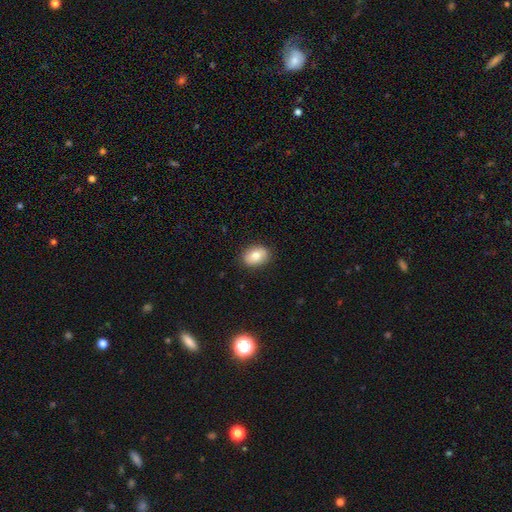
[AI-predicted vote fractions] Q: Smooth or featured?
A: smooth (79%); runner-up: featured or disk (14%)
Q: How rounded?
A: in between (76%); runner-up: round (22%)
Q: Merging?
A: none (88%); runner-up: minor disturbance (9%)